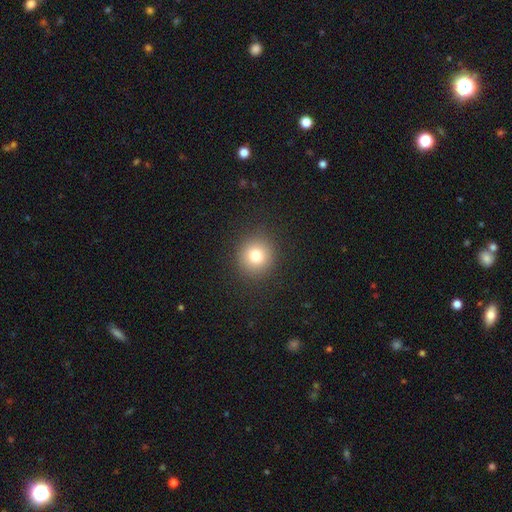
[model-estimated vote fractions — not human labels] The model was most divided on "smooth or featured": smooth: 78%, star or artifact: 13%, featured or disk: 9%. More confident: how rounded — round (92%); merging — none (91%).